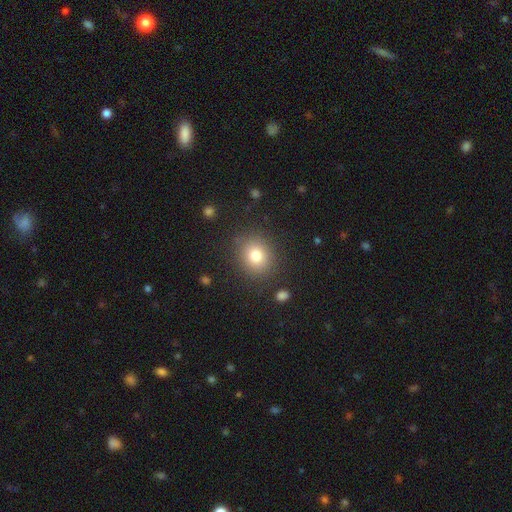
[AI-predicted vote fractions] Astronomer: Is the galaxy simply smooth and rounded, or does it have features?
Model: smooth — 78%.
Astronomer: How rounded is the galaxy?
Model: round — 75%.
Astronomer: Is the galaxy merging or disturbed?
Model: none — 86%.